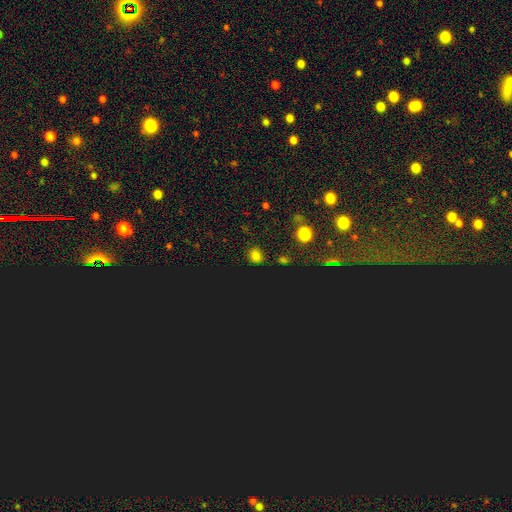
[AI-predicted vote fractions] The model was most divided on "smooth or featured": smooth: 60%, star or artifact: 34%, featured or disk: 5%. More confident: merging — none (80%); how rounded — round (74%).